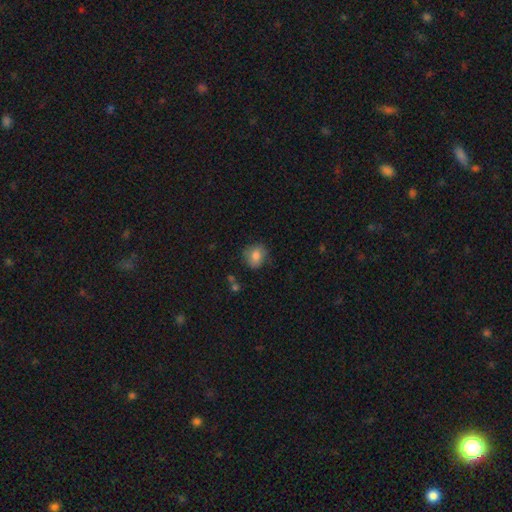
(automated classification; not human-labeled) A smooth galaxy with no disk features (81%) that is round (60%). Merging: none (70%).